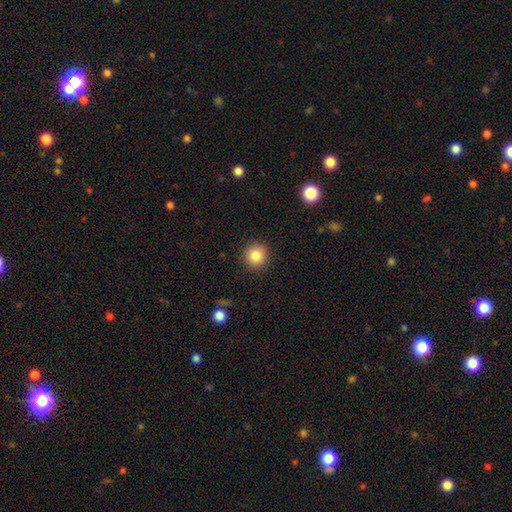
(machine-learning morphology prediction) This is clearly a smooth galaxy (84%). How rounded: clearly round (93%). Merging: clearly none (91%).